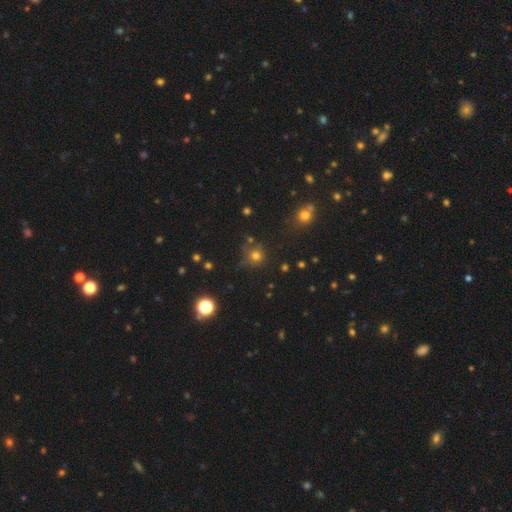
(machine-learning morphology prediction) Smooth or featured? smooth (72%)
How rounded? round (92%)
Merging? none (73%)